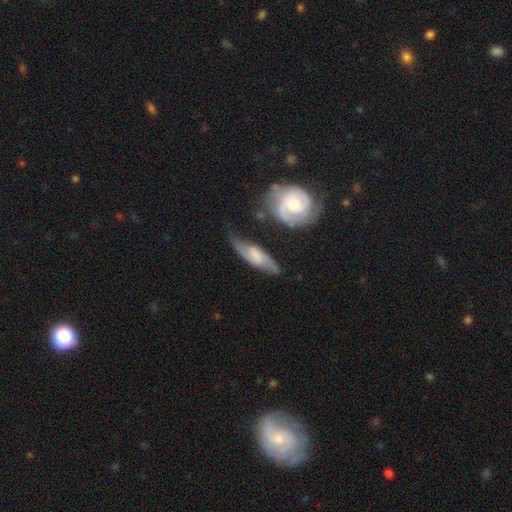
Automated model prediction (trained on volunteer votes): smooth_or_featured: featured or disk (p=0.70) [alt: smooth p=0.24]
disk_edge_on: no (p=0.79) [alt: yes p=0.21]
bar: weak (p=0.46) [alt: no p=0.37]
has_spiral_arms: yes (p=0.91) [alt: no p=0.09]
spiral_winding: loose (p=0.41) [tied with: medium p=0.41]
spiral_arm_count: 2 (p=0.85) [alt: can't tell p=0.08]
bulge_size: none (p=0.31) [alt: small p=0.28]
merging: none (p=0.60) [alt: minor disturbance p=0.25]